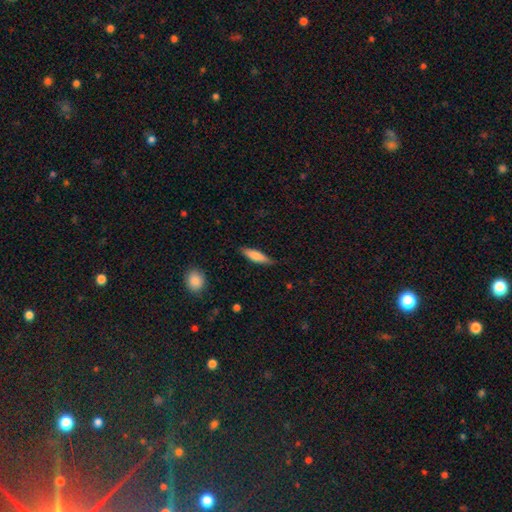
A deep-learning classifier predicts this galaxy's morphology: The model was most divided on "how rounded": cigar-shaped: 71%, in between: 28%, round: 2%. More confident: merging — none (82%); smooth or featured — smooth (71%).